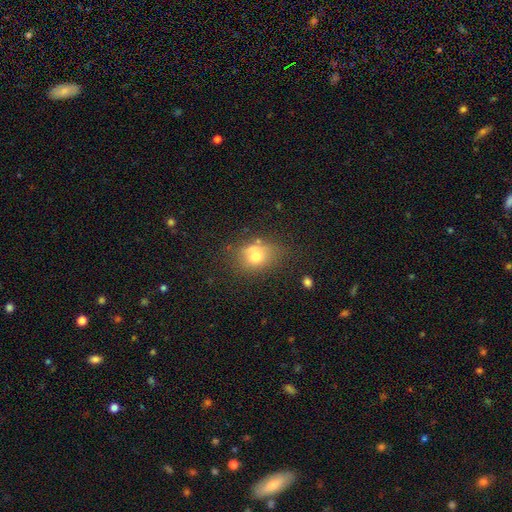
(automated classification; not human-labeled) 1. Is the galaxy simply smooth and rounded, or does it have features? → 69% smooth, 17% featured or disk, 14% star or artifact.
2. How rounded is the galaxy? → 49% in between (tied), 49% round (tied), 2% cigar-shaped.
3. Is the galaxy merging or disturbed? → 56% none, 24% minor disturbance, 11% merger, 9% major disturbance.